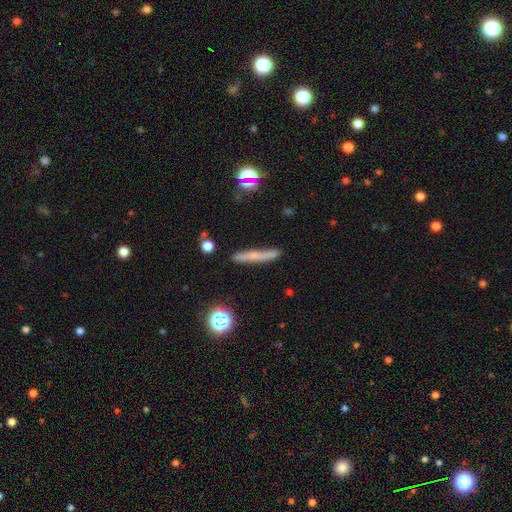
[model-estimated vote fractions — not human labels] smooth_or_featured: smooth (p=0.55) [alt: featured or disk p=0.33]
how_rounded: cigar-shaped (p=0.92) [alt: in between p=0.05]
merging: none (p=0.81) [alt: minor disturbance p=0.13]